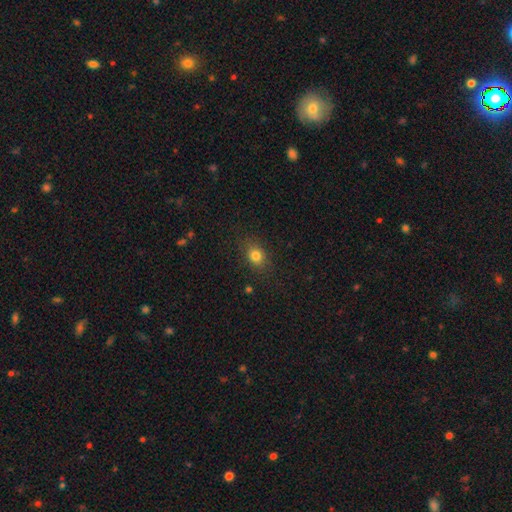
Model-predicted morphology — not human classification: Smooth or featured: smooth — 80% (star or artifact — 12%)
How rounded: in between — 52% (round — 47%)
Merging: none — 83% (minor disturbance — 12%)